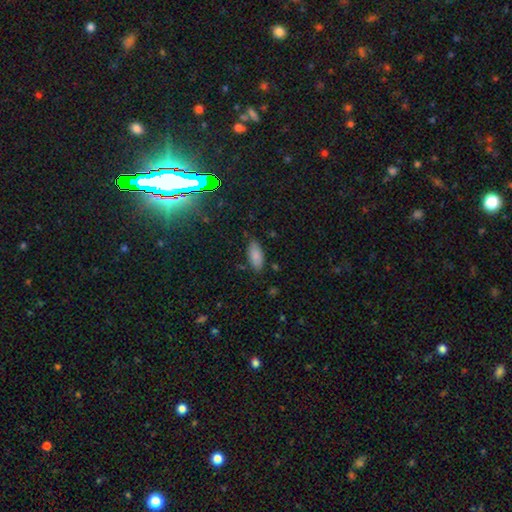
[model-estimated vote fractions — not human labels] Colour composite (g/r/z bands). It shows a smooth galaxy with no disk features (85%) that is in between round and cigar-shaped (86%). Merging: none (83%).